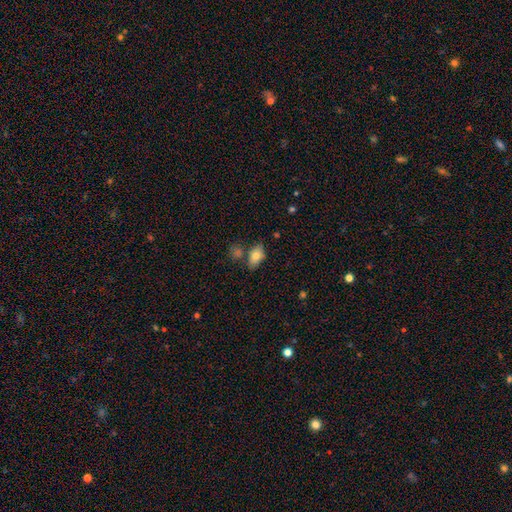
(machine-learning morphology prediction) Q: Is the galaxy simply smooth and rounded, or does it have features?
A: smooth — 78%.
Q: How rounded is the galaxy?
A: in between — 88%.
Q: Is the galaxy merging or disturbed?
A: none — 66%.